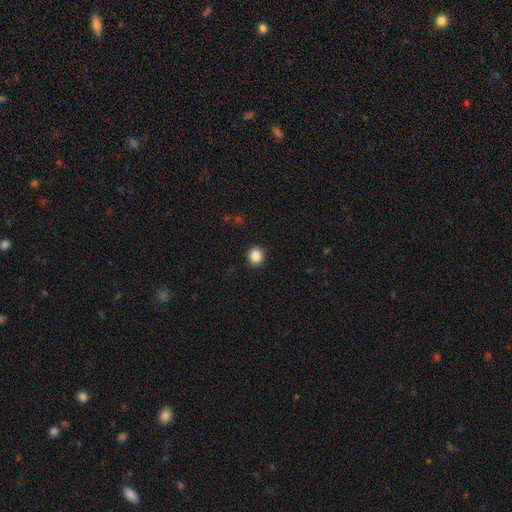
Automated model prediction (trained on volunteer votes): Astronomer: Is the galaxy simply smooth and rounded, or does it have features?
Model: smooth — 87%.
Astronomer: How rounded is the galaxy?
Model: round — 80%.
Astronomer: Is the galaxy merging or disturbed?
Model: none — 88%.